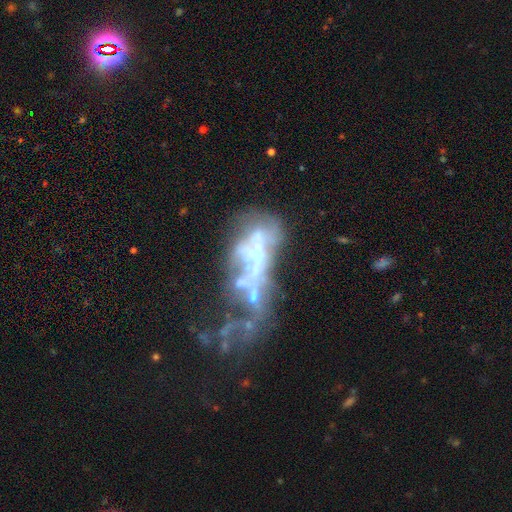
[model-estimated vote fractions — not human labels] Smooth or featured?
  - featured or disk: 66% *
  - star or artifact: 18%
  - smooth: 16%
Edge-on disk?
  - no: 93% *
  - yes: 7%
Bar?
  - no: 82% *
  - weak: 12%
  - strong: 6%
Spiral arms?
  - no: 86% *
  - yes: 14%
Bulge size?
  - none: 35% *
  - small: 33%
  - moderate: 26%
  - large: 4%
  - dominant: 2%
Merging?
  - merger: 39% *
  - major disturbance: 35%
  - none: 16%
  - minor disturbance: 10%